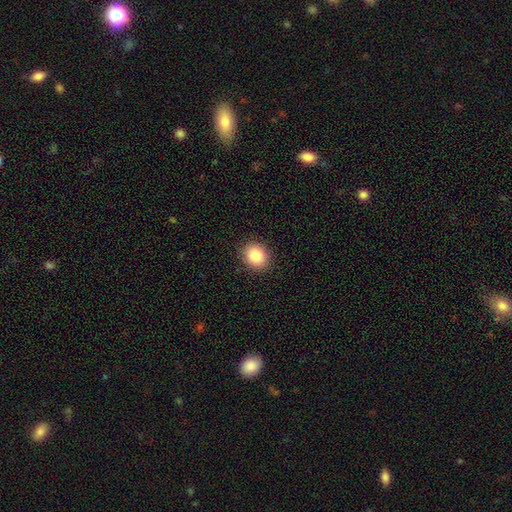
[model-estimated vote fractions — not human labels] This appears to be a smooth galaxy with no disk features (86%) that is round (61%). Merging: none (90%).